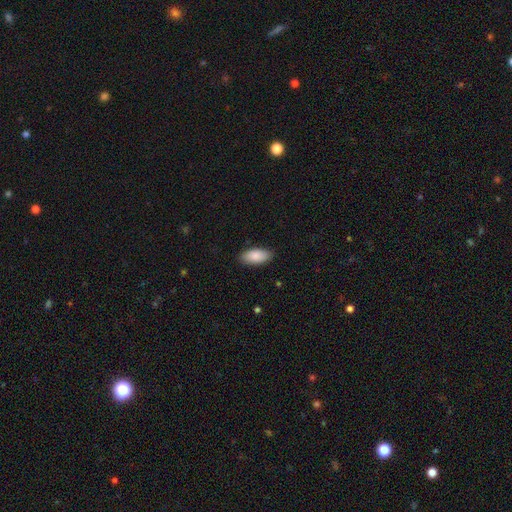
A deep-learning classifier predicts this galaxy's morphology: A smooth galaxy with no disk features (88%) that is in between round and cigar-shaped (91%). Merging: none (87%).